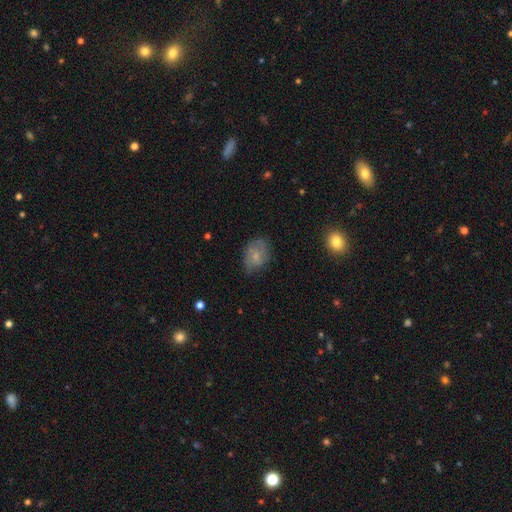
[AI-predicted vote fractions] Smooth or featured? Predicted: smooth (p=0.61). How rounded? Predicted: in between (p=0.72). Merging? Predicted: none (p=0.60).